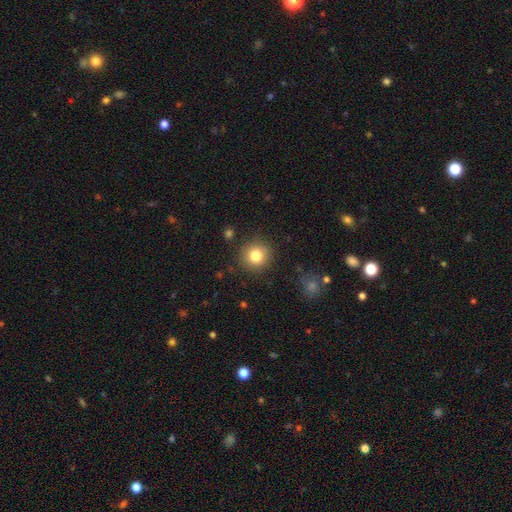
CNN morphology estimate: A smooth galaxy with no disk features (81%) that is round (93%).

Vote fractions:
- Smooth or featured? smooth: 81% / star or artifact: 11% / featured or disk: 8%
- How rounded? round: 93% / in between: 6% / cigar-shaped: 1%
- Merging? none: 88% / minor disturbance: 8% / major disturbance: 3% / merger: 2%